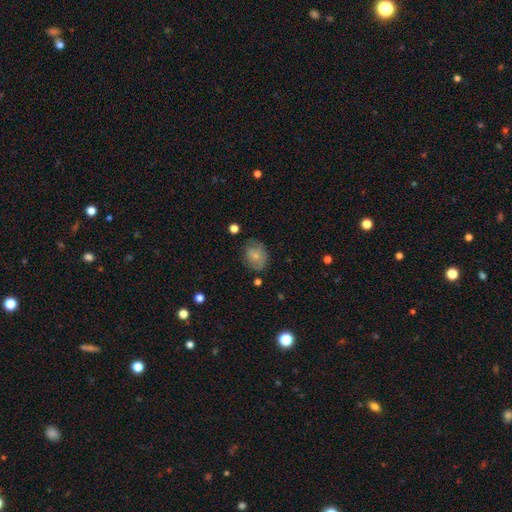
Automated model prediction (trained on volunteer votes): A smooth galaxy with no disk features (72%) that is in between round and cigar-shaped (50%). Merging: none (67%).